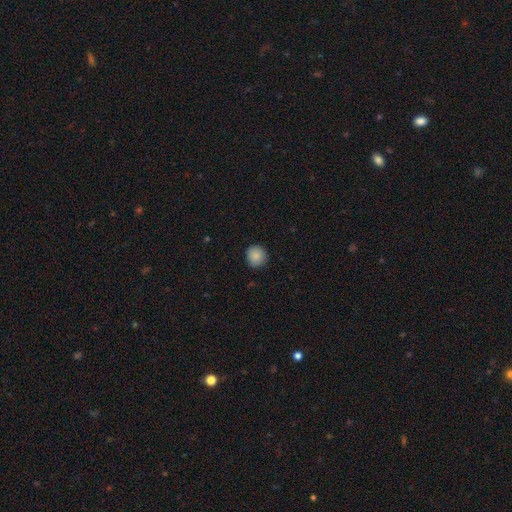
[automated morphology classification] Smooth or featured? smooth (87%)
How rounded? round (92%)
Merging? none (88%)